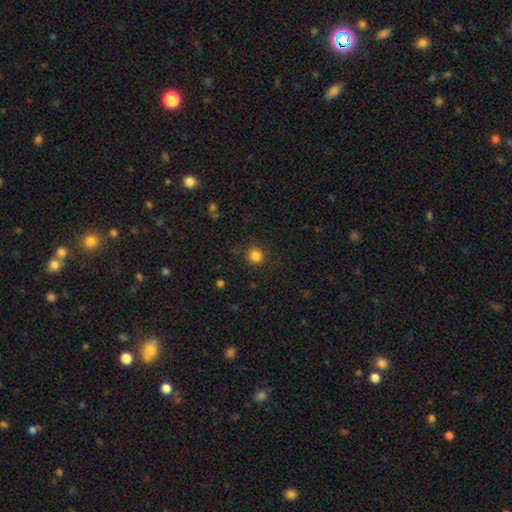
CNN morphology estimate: smooth 83%, star or artifact 12%, featured or disk 4%. Down the decision tree: how rounded — round (92%); merging — none (85%).